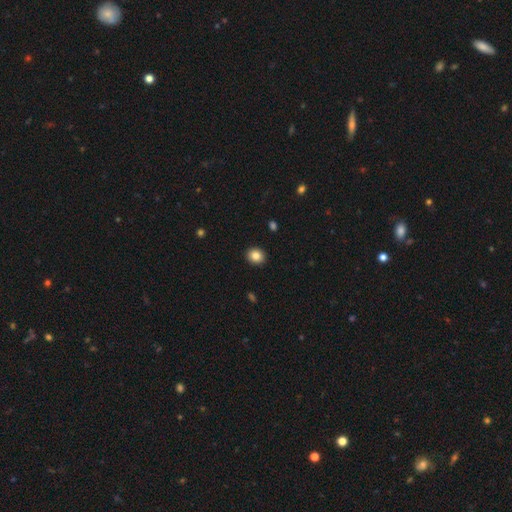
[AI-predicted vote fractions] Smooth or featured? smooth (84%)
How rounded? round (75%)
Merging? none (92%)